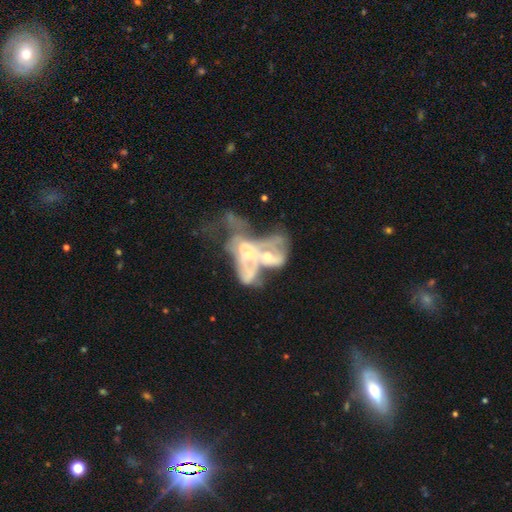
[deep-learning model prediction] This appears to be a featured or disk galaxy (70%) with no bar (82%), no spiral arms (68%) and a moderate central bulge (40%). Merging: merger (70%).